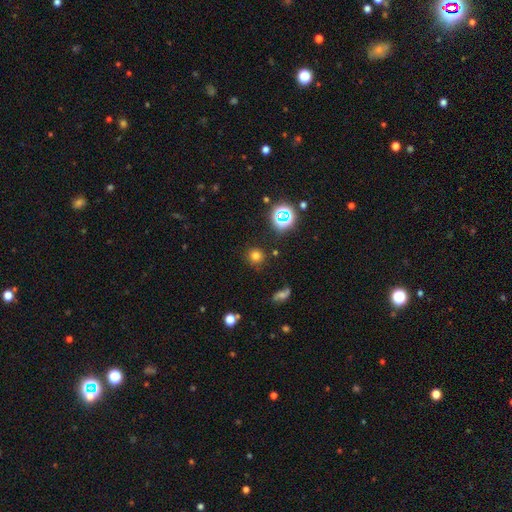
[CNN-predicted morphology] smooth-or-featured: smooth: 71% | star or artifact: 22% | featured or disk: 7%
  how-rounded: round: 91% | in between: 8% | cigar-shaped: 1%
  merging: none: 86% | minor disturbance: 8% | major disturbance: 3% | merger: 3%